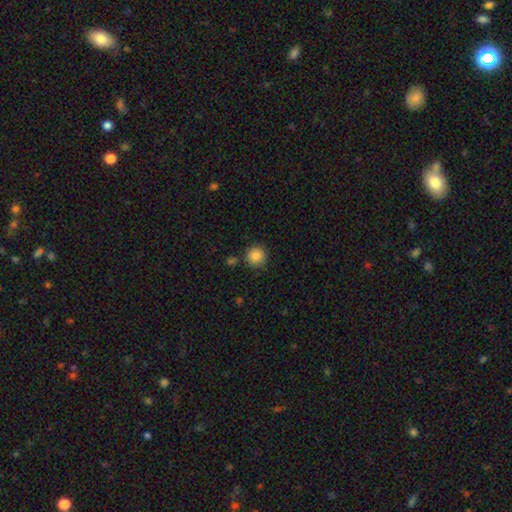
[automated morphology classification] A smooth galaxy with no disk features (86%) that is round (94%).

Vote fractions:
- Smooth or featured? smooth: 86% / star or artifact: 9% / featured or disk: 5%
- How rounded? round: 94% / in between: 5% / cigar-shaped: 1%
- Merging? none: 85% / minor disturbance: 8% / merger: 4% / major disturbance: 2%